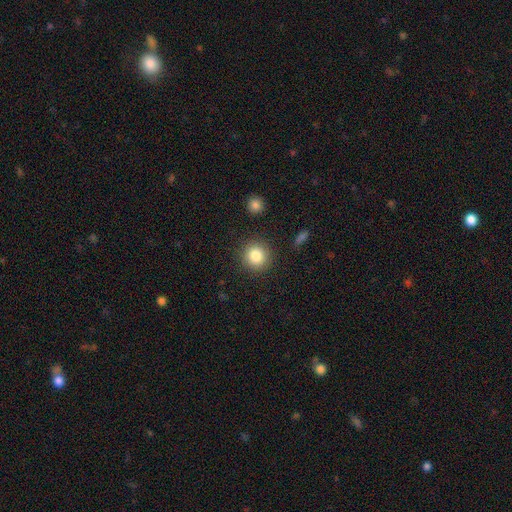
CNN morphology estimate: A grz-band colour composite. It shows a smooth galaxy with no disk features (83%) that is round (93%). Merging: none (88%).